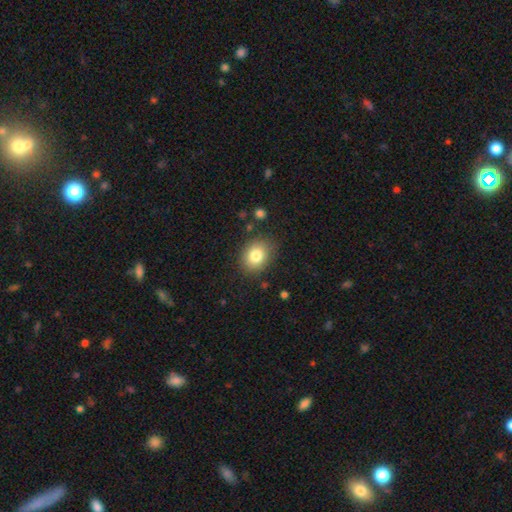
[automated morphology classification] Smooth or featured? smooth (81%)
How rounded? round (51%)
Merging? none (82%)